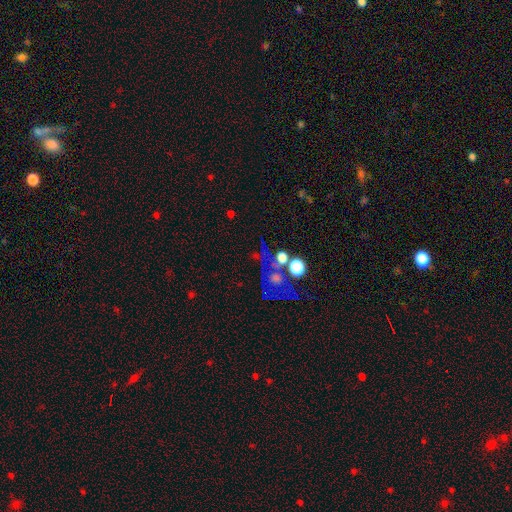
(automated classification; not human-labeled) A smooth galaxy with no disk features (45%).

Vote fractions:
- Smooth or featured? smooth: 45% / star or artifact: 31% / featured or disk: 24%
- Merging? none: 49% / merger: 22% / major disturbance: 17% / minor disturbance: 12%